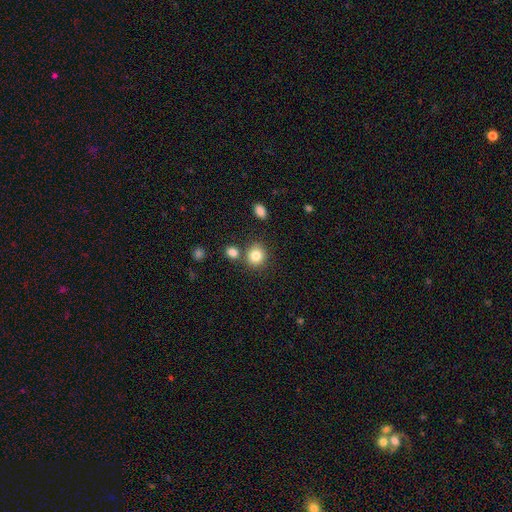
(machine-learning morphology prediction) type=smooth (83%); roundness=round (81%); merging=none (73%).